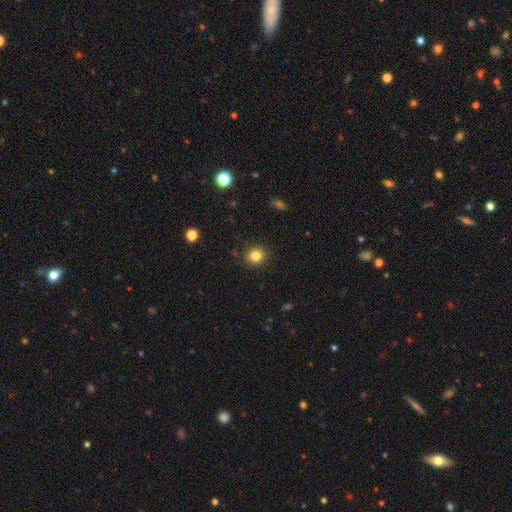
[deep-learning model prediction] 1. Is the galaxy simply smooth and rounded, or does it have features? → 82% smooth, 12% star or artifact, 6% featured or disk.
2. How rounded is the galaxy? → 86% round, 13% in between, 1% cigar-shaped.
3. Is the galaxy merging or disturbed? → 91% none, 6% minor disturbance, 2% major disturbance, 1% merger.